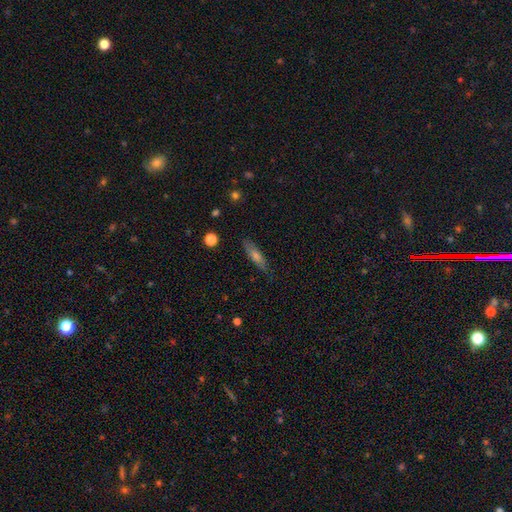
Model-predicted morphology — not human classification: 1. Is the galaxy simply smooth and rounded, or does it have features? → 55% smooth, 36% featured or disk, 9% star or artifact.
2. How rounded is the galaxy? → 75% cigar-shaped, 22% in between, 3% round.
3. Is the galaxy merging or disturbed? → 83% none, 13% minor disturbance, 3% major disturbance, 1% merger.